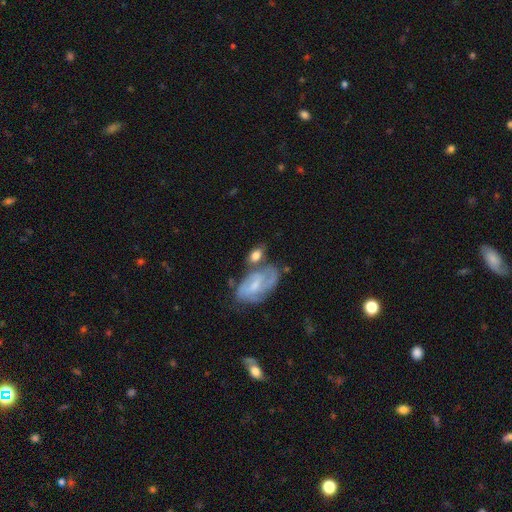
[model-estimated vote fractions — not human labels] Smooth or featured? Predicted: smooth (p=0.57). How rounded? Predicted: in between (p=0.76). Merging? Predicted: none (p=0.47).